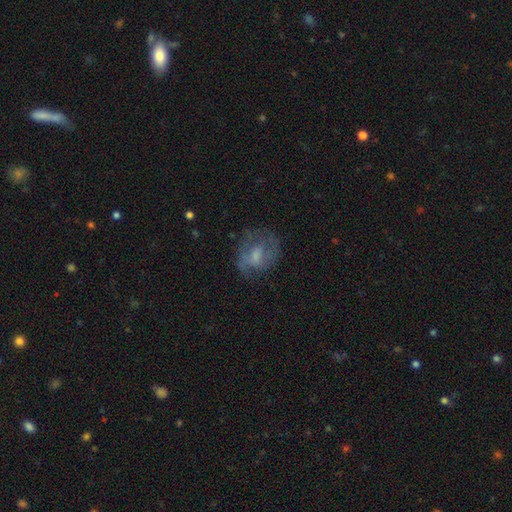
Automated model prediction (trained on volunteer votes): smooth_or_featured: featured or disk (p=0.49) [alt: smooth p=0.40]
merging: none (p=0.59) [alt: minor disturbance p=0.21]